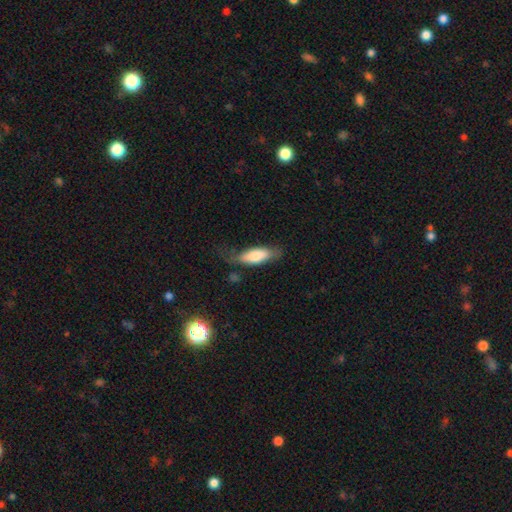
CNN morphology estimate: Smooth or featured? Predicted: smooth (p=0.75). How rounded? Predicted: in between (p=0.68). Merging? Predicted: none (p=0.51).